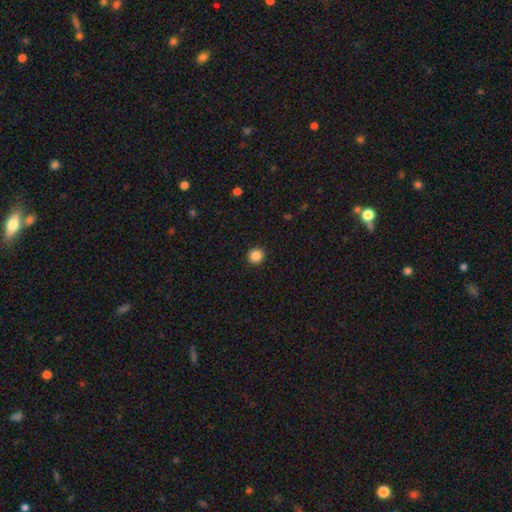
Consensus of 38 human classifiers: smooth-or-featured: smooth: 89% | featured or disk: 5% | star or artifact: 5%
  how-rounded: round: 100% | in between: 0% | cigar-shaped: 0%
  merging: none: 83% | minor disturbance: 11% | major disturbance: 6% | merger: 0%